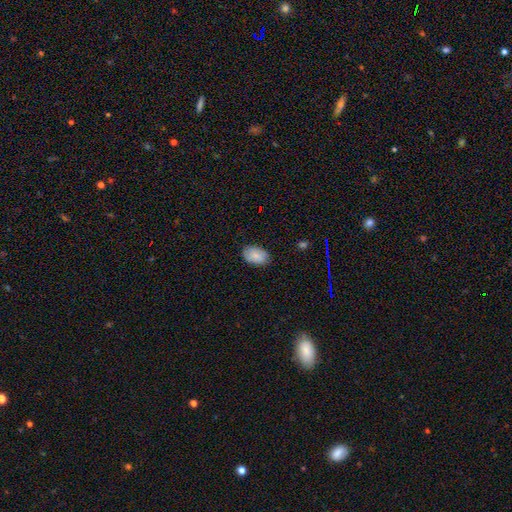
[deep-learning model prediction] Smooth or featured? smooth (82%)
How rounded? in between (90%)
Merging? none (80%)